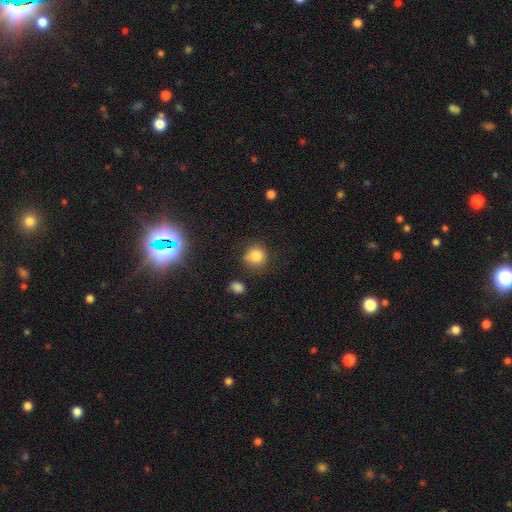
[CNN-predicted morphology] Smooth or featured? Predicted: smooth (p=0.83). How rounded? Predicted: round (p=0.86). Merging? Predicted: none (p=0.73).